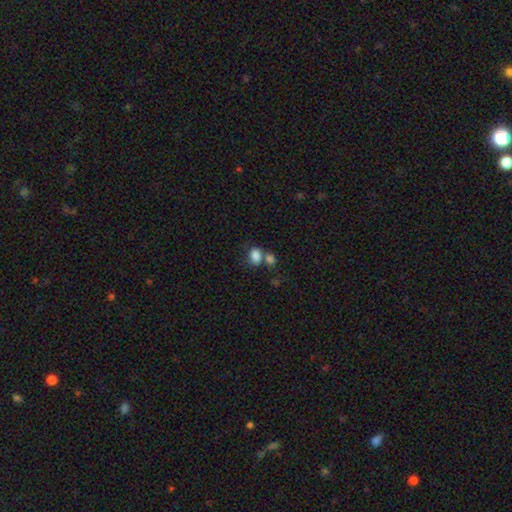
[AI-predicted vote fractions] Q: Smooth or featured?
A: smooth (83%); runner-up: star or artifact (10%)
Q: How rounded?
A: in between (68%); runner-up: round (31%)
Q: Merging?
A: merger (43%); runner-up: none (39%)